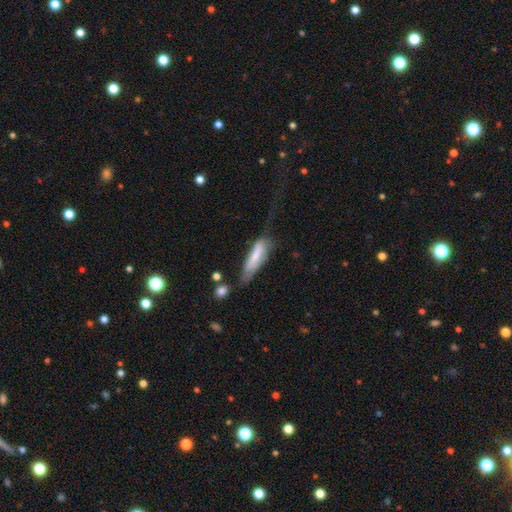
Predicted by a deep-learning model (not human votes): The model was most divided on "merging": major disturbance: 33%, minor disturbance: 31%, none: 30%, merger: 7%. More confident: smooth or featured — smooth (68%); how rounded — cigar-shaped (61%).